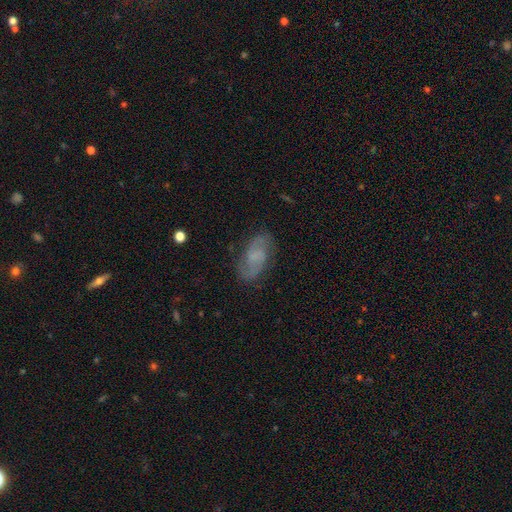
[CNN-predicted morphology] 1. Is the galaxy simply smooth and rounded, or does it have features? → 68% featured or disk, 24% smooth, 8% star or artifact.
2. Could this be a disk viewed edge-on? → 96% no, 4% yes.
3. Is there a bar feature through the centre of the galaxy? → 46% weak, 44% no, 10% strong.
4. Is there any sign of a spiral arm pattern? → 92% yes, 8% no.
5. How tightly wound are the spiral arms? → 49% medium, 28% loose, 23% tight.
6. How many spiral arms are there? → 87% 2, 8% can't tell, 2% 1, 2% 3, 1% 4, 1% more than 4.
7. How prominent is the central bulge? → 49% none, 30% small, 15% moderate, 4% large, 1% dominant.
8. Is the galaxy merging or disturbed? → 78% none, 15% minor disturbance, 5% major disturbance, 1% merger.